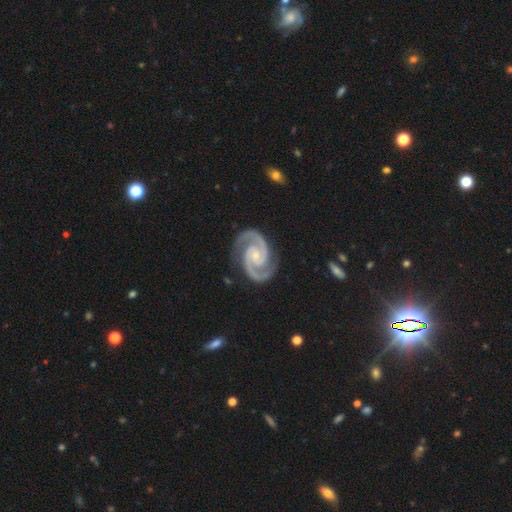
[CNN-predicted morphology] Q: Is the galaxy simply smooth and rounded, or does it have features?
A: featured or disk — 95%.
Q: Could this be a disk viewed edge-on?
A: no — 98%.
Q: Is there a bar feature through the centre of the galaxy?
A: no — 55%.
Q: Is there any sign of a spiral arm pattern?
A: yes — 99%.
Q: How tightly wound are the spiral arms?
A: medium — 50%.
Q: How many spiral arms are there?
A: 2 — 95%.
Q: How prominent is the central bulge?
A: small — 64%.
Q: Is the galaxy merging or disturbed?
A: none — 85%.